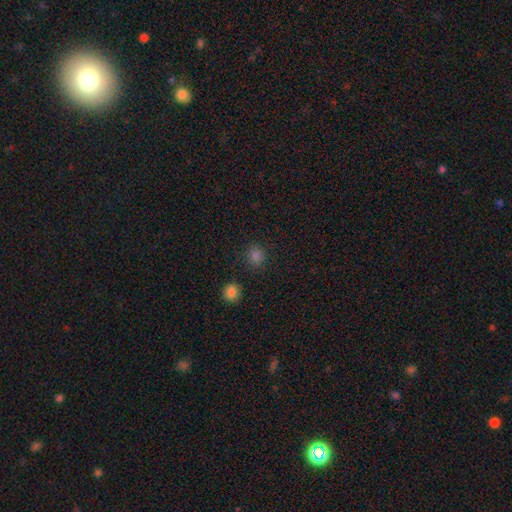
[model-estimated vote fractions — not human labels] A smooth galaxy with no disk features (78%) that is round (86%). Merging: none (87%).